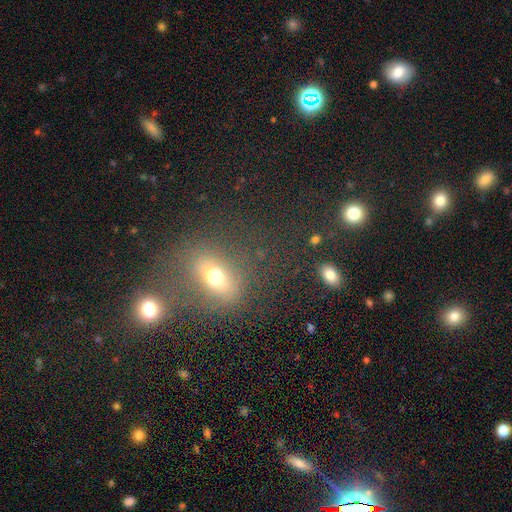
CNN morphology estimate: type=smooth (45%); merging=none (64%).